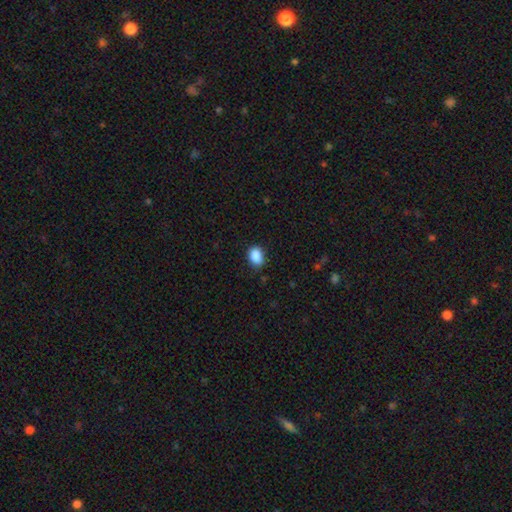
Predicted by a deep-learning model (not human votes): Smooth or featured? Predicted: smooth (p=0.88). How rounded? Predicted: in between (p=0.73). Merging? Predicted: none (p=0.77).